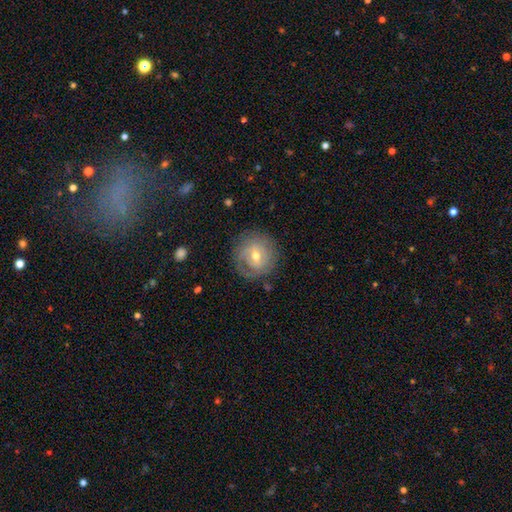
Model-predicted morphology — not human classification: This is possibly a featured or disk galaxy (55%). It is clearly not viewed edge-on (96%). Bar: marginally no (44%). Spiral arm pattern: likely yes (64%). Central bulge: likely moderate (61%). Merging: likely none (77%).